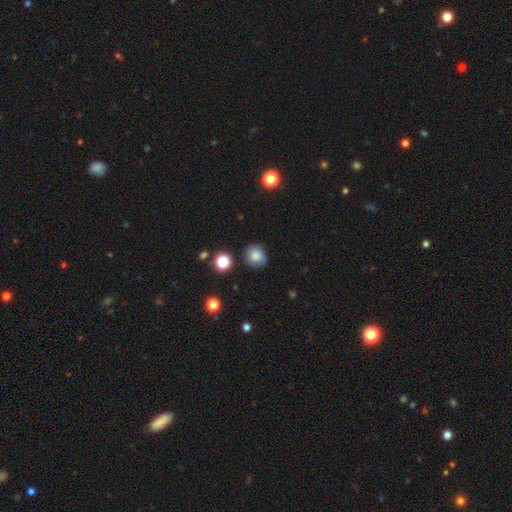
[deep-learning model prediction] This appears to be a smooth galaxy with no disk features (83%) that is round (76%). Merging: none (79%).